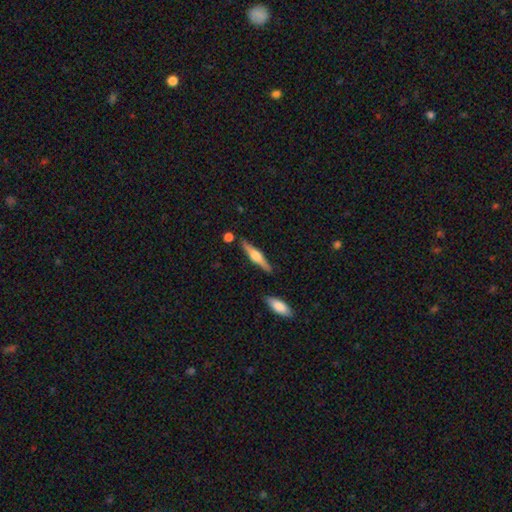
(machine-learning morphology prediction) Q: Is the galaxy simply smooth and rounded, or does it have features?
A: featured or disk — 64%.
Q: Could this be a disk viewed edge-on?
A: yes — 97%.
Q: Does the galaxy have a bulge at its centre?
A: rounded — 88%.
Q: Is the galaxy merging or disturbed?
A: none — 85%.